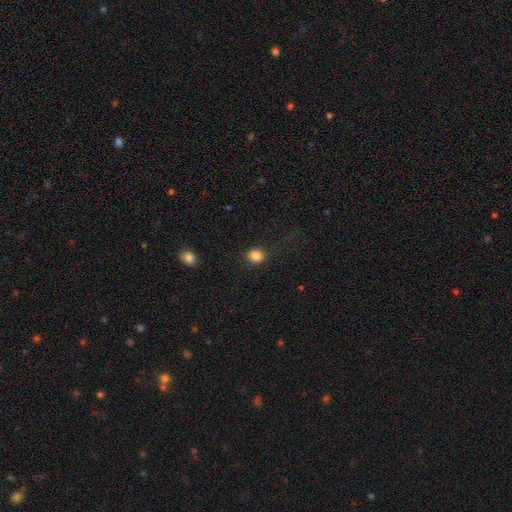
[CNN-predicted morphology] Smooth or featured?
  - smooth: 85% *
  - star or artifact: 10%
  - featured or disk: 5%
How rounded?
  - round: 68% *
  - in between: 31%
  - cigar-shaped: 1%
Merging?
  - none: 87% *
  - minor disturbance: 9%
  - major disturbance: 3%
  - merger: 1%